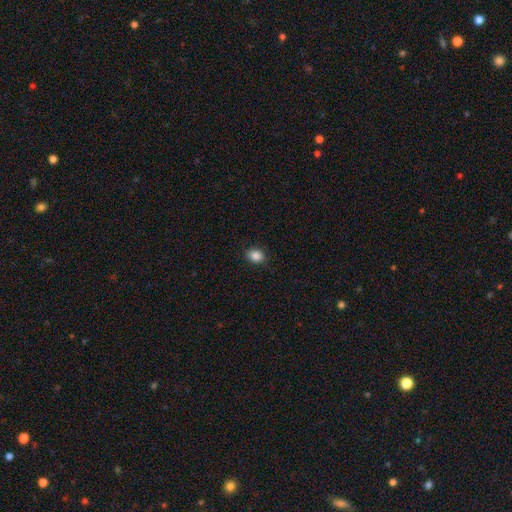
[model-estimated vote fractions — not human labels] This is clearly a smooth galaxy (87%). How rounded: possibly in between (59%). Merging: clearly none (88%).